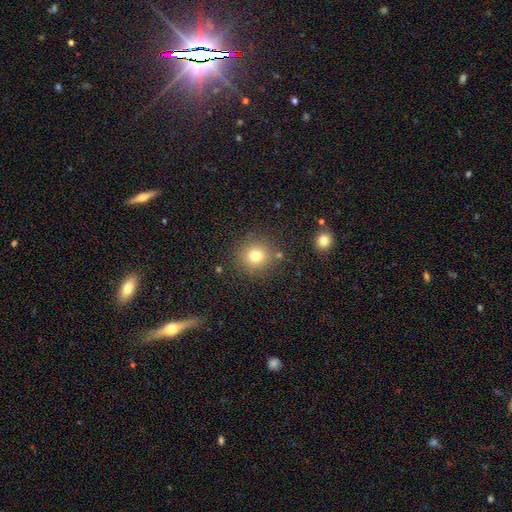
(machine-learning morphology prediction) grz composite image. It shows a smooth galaxy with no disk features (78%) that is round (90%). Merging: none (84%).